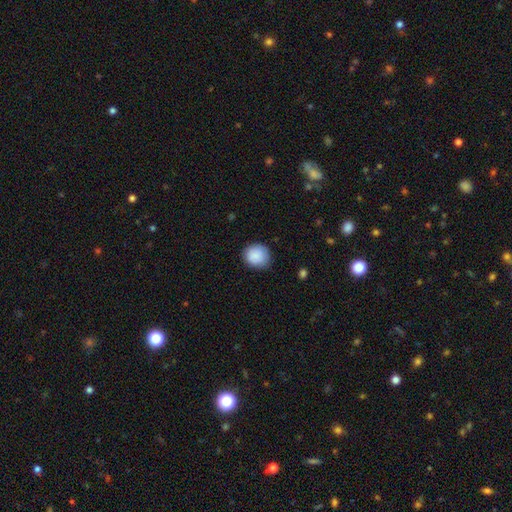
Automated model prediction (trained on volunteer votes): Smooth or featured: smooth — 89% (star or artifact — 7%)
How rounded: round — 85% (in between — 14%)
Merging: none — 80% (minor disturbance — 16%)